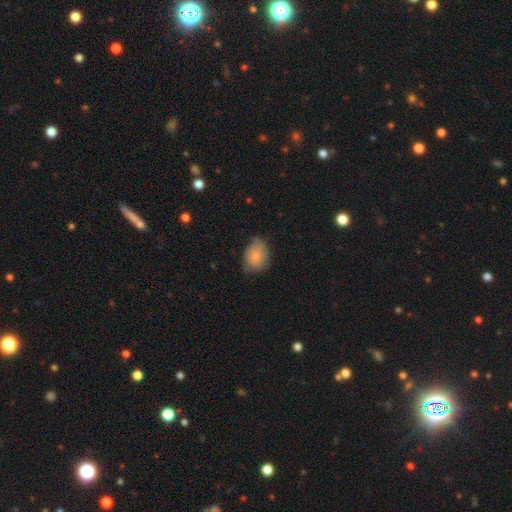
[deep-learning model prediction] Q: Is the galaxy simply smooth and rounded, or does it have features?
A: smooth — 77%.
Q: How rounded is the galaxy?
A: in between — 63%.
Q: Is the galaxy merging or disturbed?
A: none — 54%.